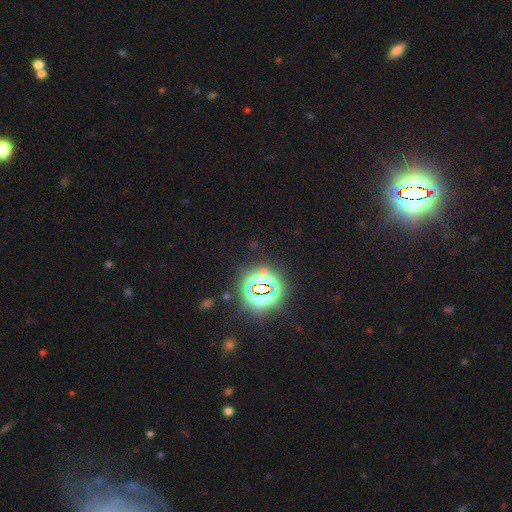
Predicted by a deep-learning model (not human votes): star or artifact 81%, smooth 12%, featured or disk 7%.